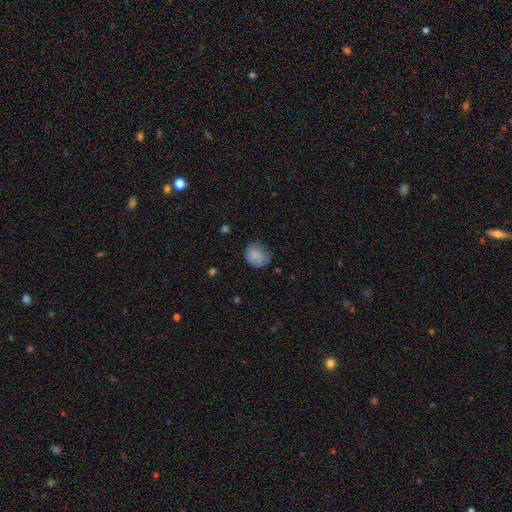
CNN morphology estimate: The model was most divided on "how rounded": round: 66%, in between: 33%, cigar-shaped: 1%. More confident: smooth or featured — smooth (83%); merging — none (63%).